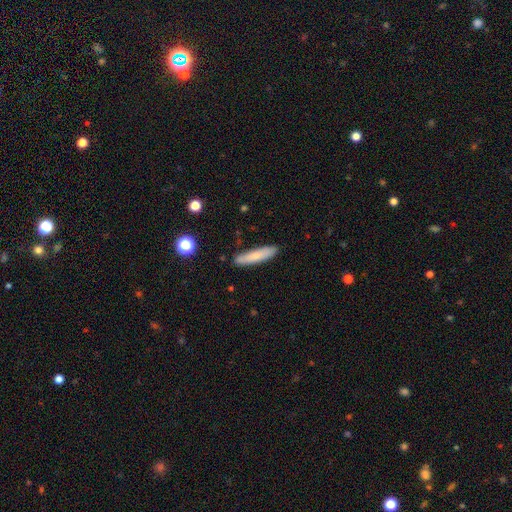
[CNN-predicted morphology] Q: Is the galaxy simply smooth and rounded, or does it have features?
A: smooth — 74%.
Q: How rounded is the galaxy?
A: cigar-shaped — 84%.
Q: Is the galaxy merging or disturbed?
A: none — 86%.